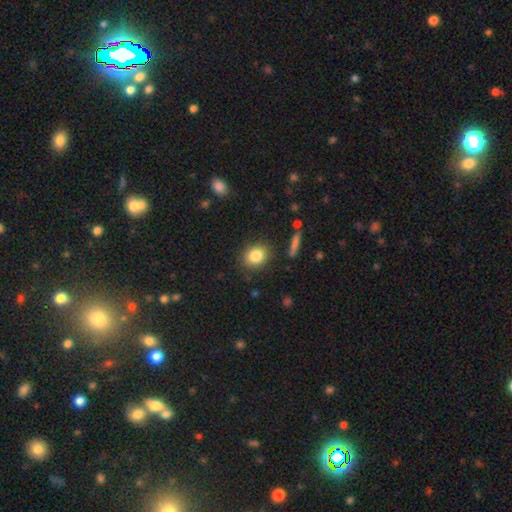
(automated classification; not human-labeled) Smooth or featured: smooth — 83% (star or artifact — 10%)
How rounded: round — 56% (in between — 43%)
Merging: none — 86% (minor disturbance — 9%)